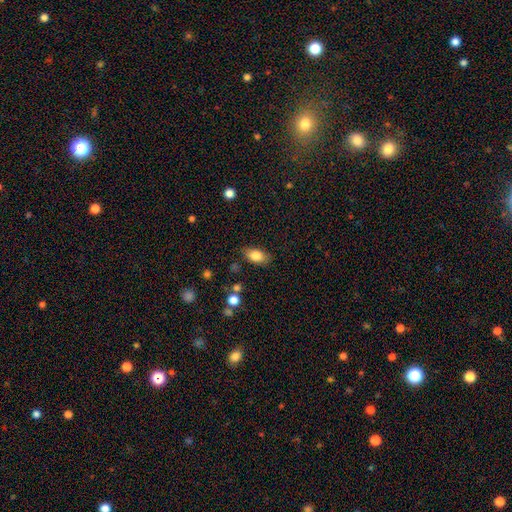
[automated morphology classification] smooth 82%, featured or disk 10%, star or artifact 8%. Down the decision tree: how rounded — in between (89%); merging — none (81%).